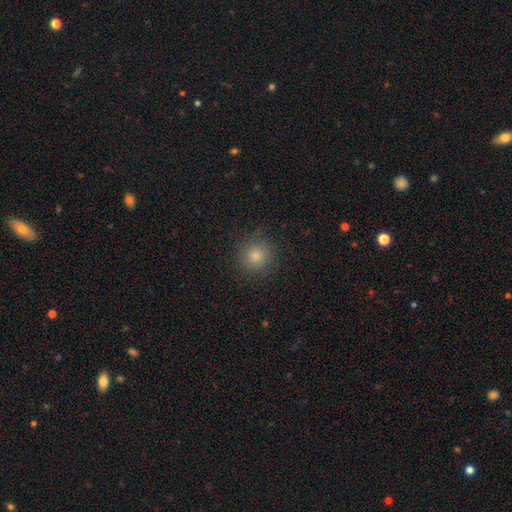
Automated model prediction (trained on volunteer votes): A smooth galaxy with no disk features (79%) that is round (93%). Merging: none (89%).